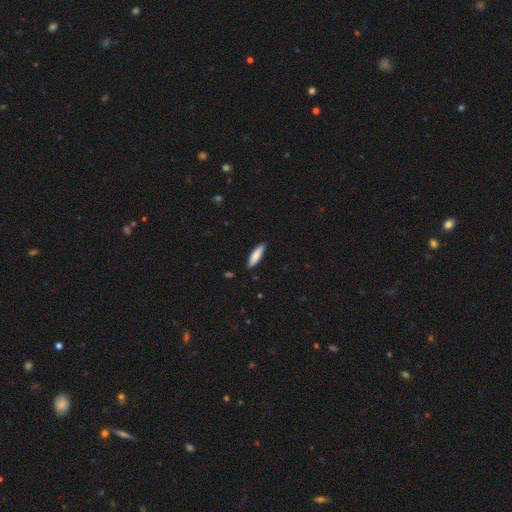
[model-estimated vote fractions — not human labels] smooth_or_featured: smooth (p=0.84) [alt: featured or disk p=0.10]
how_rounded: cigar-shaped (p=0.62) [alt: in between p=0.36]
merging: none (p=0.88) [alt: minor disturbance p=0.09]